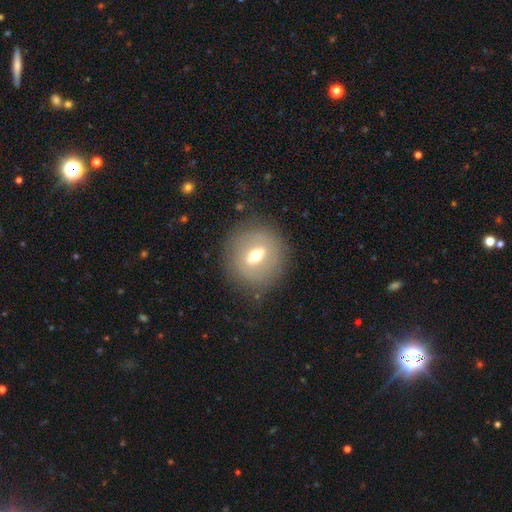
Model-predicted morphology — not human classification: smooth-or-featured: featured or disk: 45% | smooth: 41% | star or artifact: 14%
  merging: none: 84% | minor disturbance: 10% | major disturbance: 5% | merger: 1%